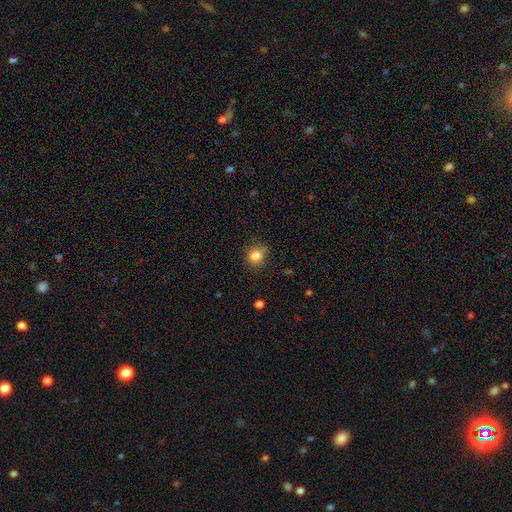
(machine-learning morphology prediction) Overall: smooth (83%). How rounded: round (87%). Merging: none (80%).